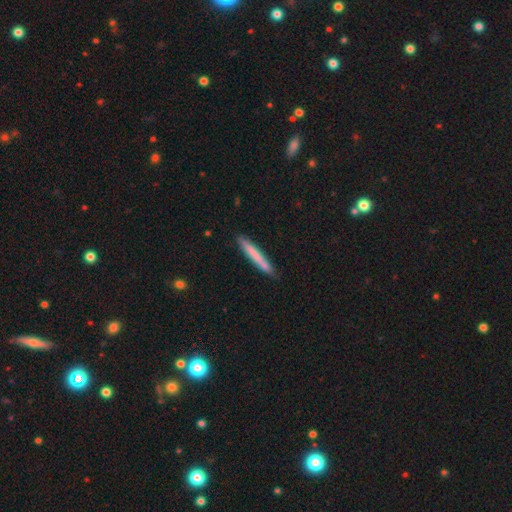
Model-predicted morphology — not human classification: Overall: smooth (72%). How rounded: cigar-shaped (96%). Merging: none (85%).